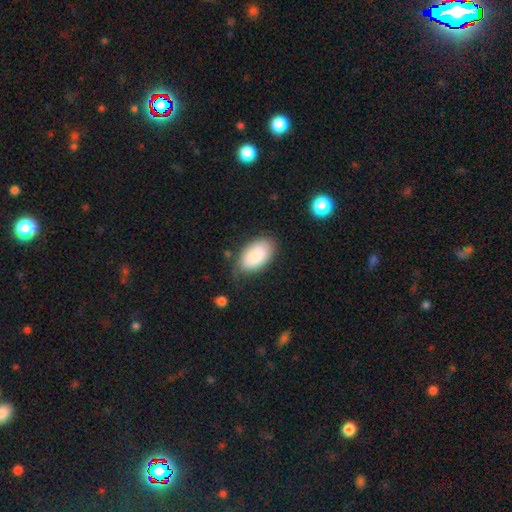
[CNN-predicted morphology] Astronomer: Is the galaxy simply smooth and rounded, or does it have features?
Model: smooth — 86%.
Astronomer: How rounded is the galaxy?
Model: in between — 95%.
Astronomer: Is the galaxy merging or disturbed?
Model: none — 71%.